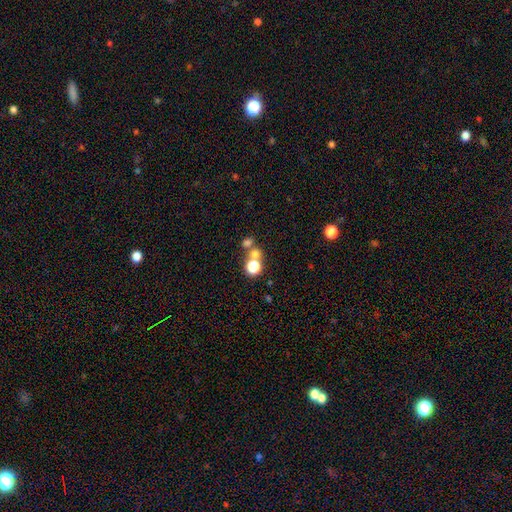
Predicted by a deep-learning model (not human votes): The model was most divided on "smooth or featured": star or artifact: 47%, smooth: 40%, featured or disk: 13%.